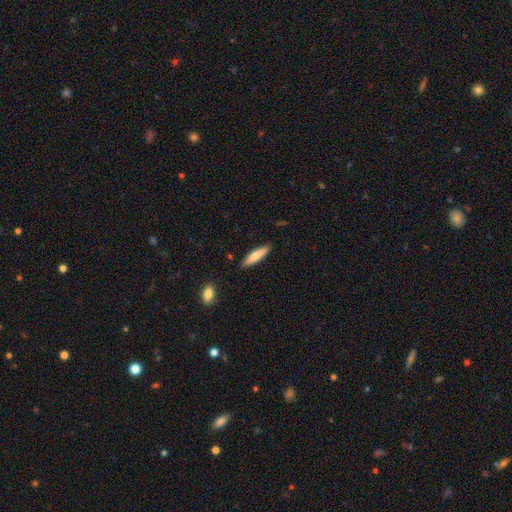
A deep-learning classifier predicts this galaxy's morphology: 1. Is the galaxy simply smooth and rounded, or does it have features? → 76% smooth, 19% featured or disk, 6% star or artifact.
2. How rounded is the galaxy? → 75% cigar-shaped, 24% in between, 1% round.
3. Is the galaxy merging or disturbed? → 88% none, 9% minor disturbance, 2% major disturbance, 2% merger.